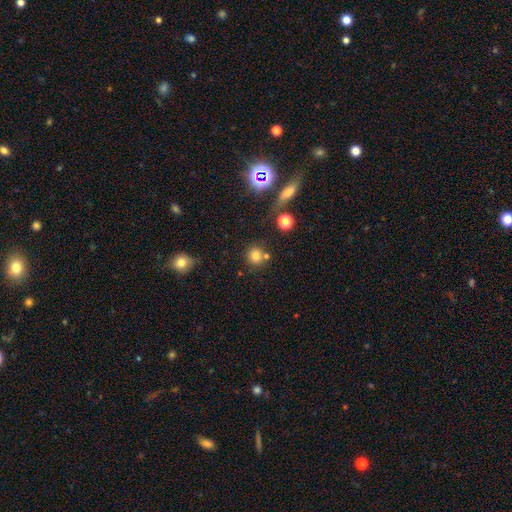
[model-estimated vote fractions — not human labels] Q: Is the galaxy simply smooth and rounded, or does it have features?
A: smooth — 77%.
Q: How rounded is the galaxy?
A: round — 84%.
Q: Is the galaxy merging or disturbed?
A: none — 69%.